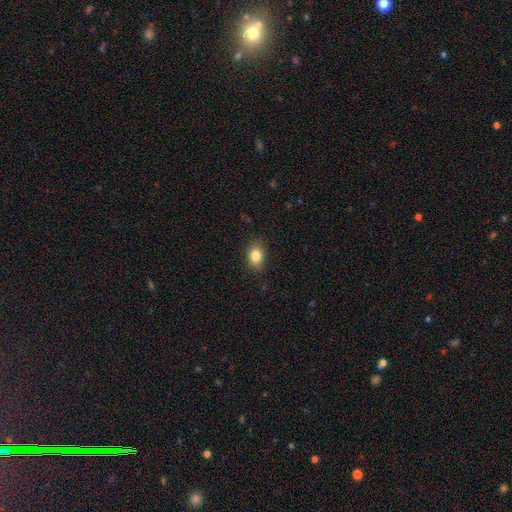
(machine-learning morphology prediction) Q: Smooth or featured?
A: smooth (84%); runner-up: star or artifact (9%)
Q: How rounded?
A: in between (68%); runner-up: round (31%)
Q: Merging?
A: none (84%); runner-up: minor disturbance (12%)